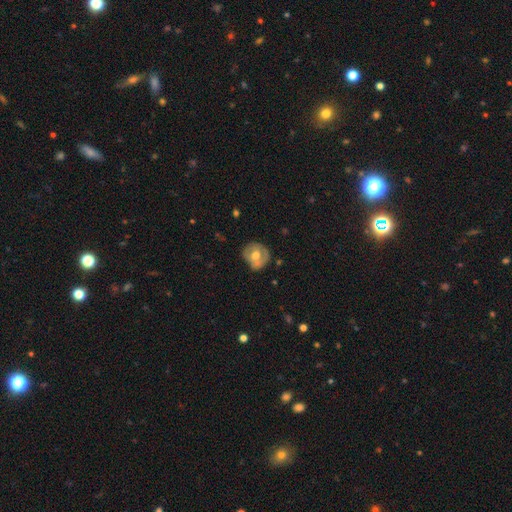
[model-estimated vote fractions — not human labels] smooth_or_featured: smooth (p=0.52) [alt: featured or disk p=0.41]
how_rounded: round (p=0.81) [alt: in between p=0.18]
merging: none (p=0.66) [alt: minor disturbance p=0.25]